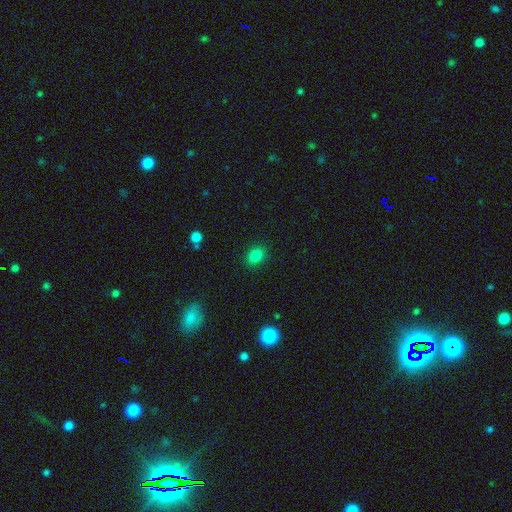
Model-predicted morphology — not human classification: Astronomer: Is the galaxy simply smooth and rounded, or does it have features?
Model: smooth — 83%.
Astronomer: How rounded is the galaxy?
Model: in between — 54% (runner-up: round, 45%).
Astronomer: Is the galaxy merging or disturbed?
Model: none — 87%.